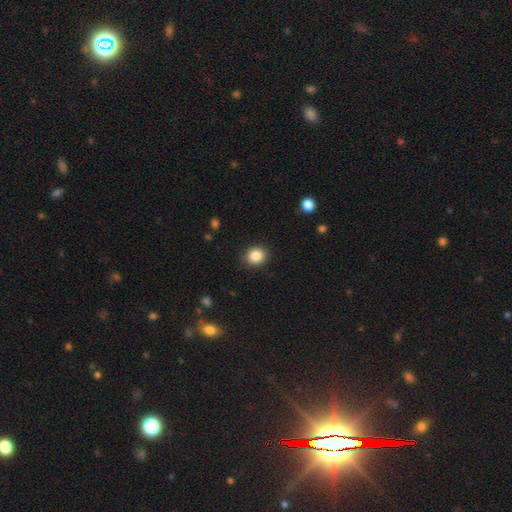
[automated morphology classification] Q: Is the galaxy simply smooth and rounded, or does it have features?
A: smooth — 86%.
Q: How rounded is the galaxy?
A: round — 76%.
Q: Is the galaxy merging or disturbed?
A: none — 87%.